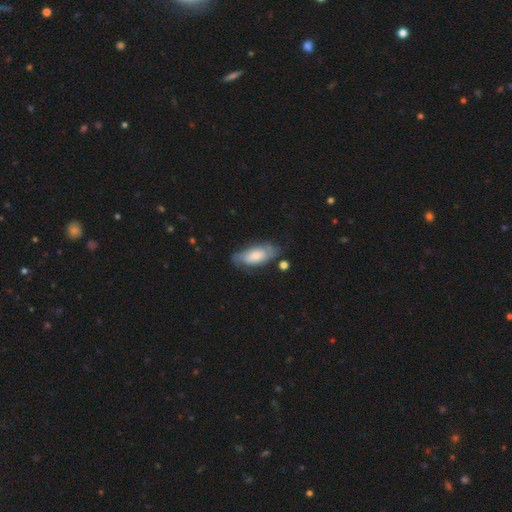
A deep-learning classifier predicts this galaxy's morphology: smooth_or_featured: smooth (p=0.58) [alt: featured or disk p=0.36]
how_rounded: in between (p=0.83) [alt: cigar-shaped p=0.15]
merging: none (p=0.61) [alt: minor disturbance p=0.26]